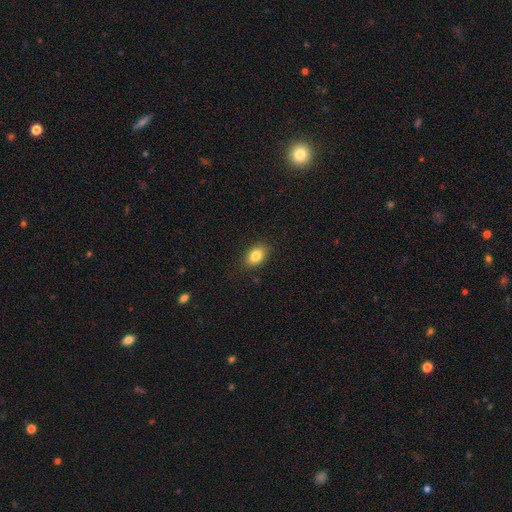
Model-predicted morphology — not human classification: The model was most divided on "how rounded": in between: 83%, round: 16%, cigar-shaped: 1%. More confident: merging — none (87%); smooth or featured — smooth (83%).